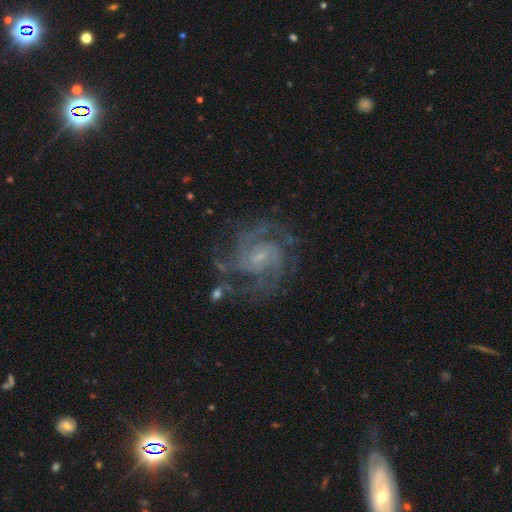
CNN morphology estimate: type=featured or disk (86%); edge-on=no (98%); bar=no (47%); spiral arms=yes (97%); winding=tight (46%); arm count=3 (30%); bulge=small (66%); merging=none (73%).